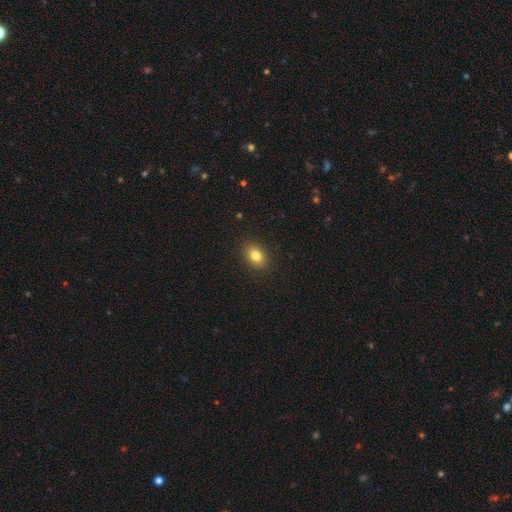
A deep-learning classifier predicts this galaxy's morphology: Q: Smooth or featured?
A: smooth (82%); runner-up: star or artifact (10%)
Q: How rounded?
A: in between (69%); runner-up: round (30%)
Q: Merging?
A: none (89%); runner-up: minor disturbance (8%)